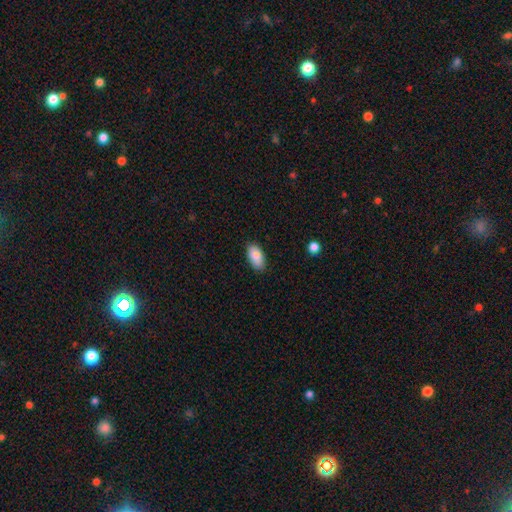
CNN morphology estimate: smooth-or-featured: smooth: 86% | featured or disk: 7% | star or artifact: 7%
  how-rounded: in between: 93% | cigar-shaped: 4% | round: 3%
  merging: none: 84% | minor disturbance: 13% | major disturbance: 2% | merger: 1%